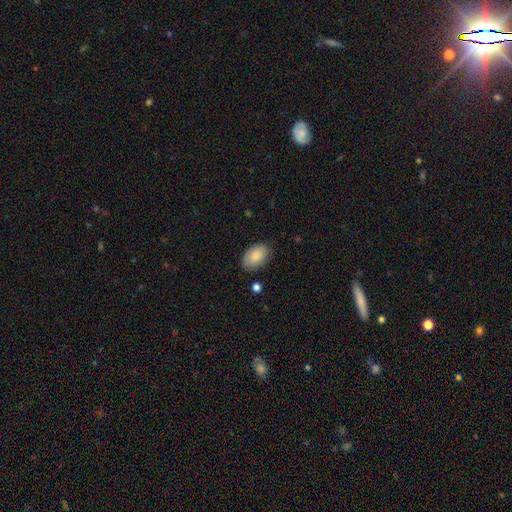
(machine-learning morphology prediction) Smooth or featured? Predicted: smooth (p=0.83). How rounded? Predicted: in between (p=0.92). Merging? Predicted: none (p=0.78).